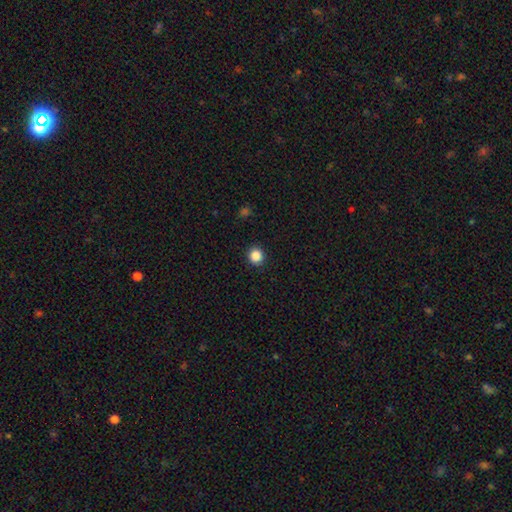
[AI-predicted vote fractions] Smooth or featured: smooth — 86% (star or artifact — 11%)
How rounded: round — 93% (in between — 6%)
Merging: none — 93% (minor disturbance — 5%)